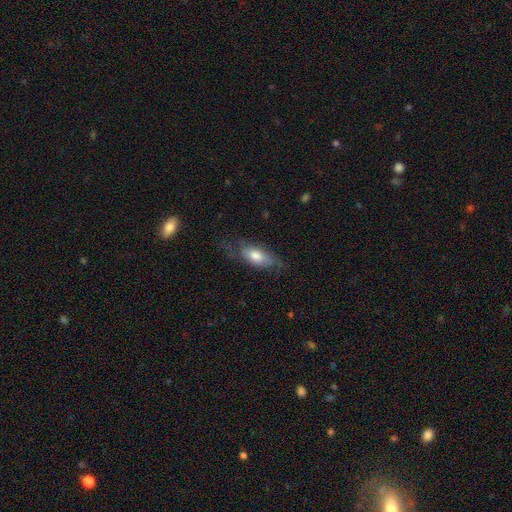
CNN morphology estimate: This appears to be a smooth galaxy with no disk features (61%) that is in between round and cigar-shaped (80%). Merging: none (56%).